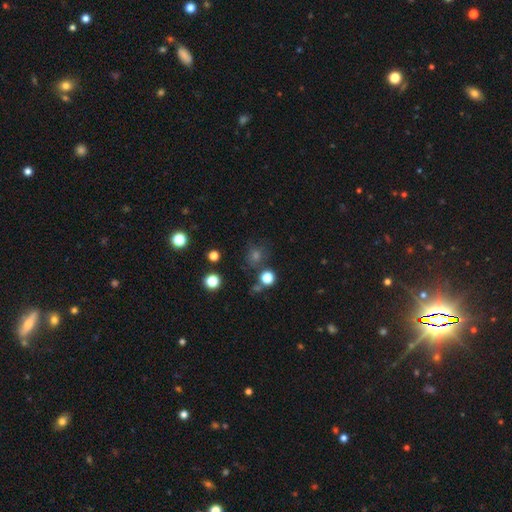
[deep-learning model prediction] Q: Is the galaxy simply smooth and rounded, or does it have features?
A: smooth — 54%.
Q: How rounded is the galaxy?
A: round — 88%.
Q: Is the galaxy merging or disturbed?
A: none — 78%.